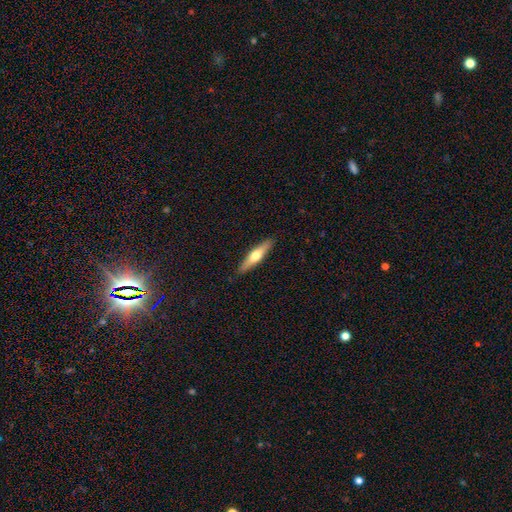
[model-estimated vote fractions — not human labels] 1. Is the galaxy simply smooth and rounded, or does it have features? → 49% smooth, 46% featured or disk, 5% star or artifact.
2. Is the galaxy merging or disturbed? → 89% none, 8% minor disturbance, 2% major disturbance, 1% merger.